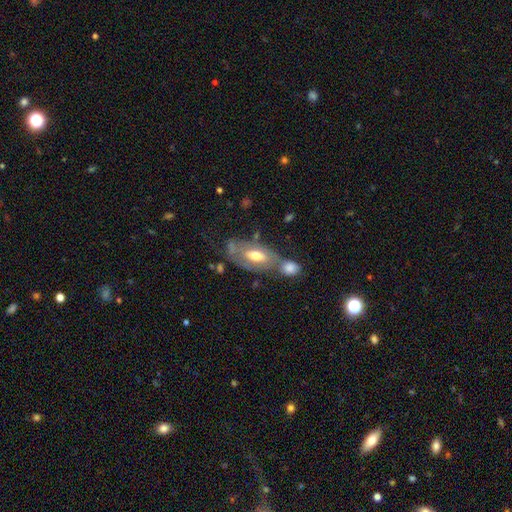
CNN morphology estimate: Smooth or featured?
  - featured or disk: 50% *
  - smooth: 44%
  - star or artifact: 6%
Edge-on disk?
  - no: 85% *
  - yes: 15%
Merging?
  - merger: 36% *
  - none: 33%
  - minor disturbance: 19%
  - major disturbance: 12%